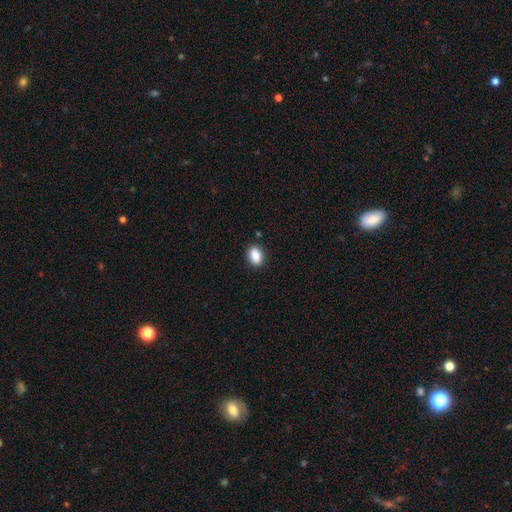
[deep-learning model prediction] smooth_or_featured: smooth (p=0.86) [alt: star or artifact p=0.08]
how_rounded: in between (p=0.78) [alt: round p=0.20]
merging: none (p=0.89) [alt: minor disturbance p=0.08]